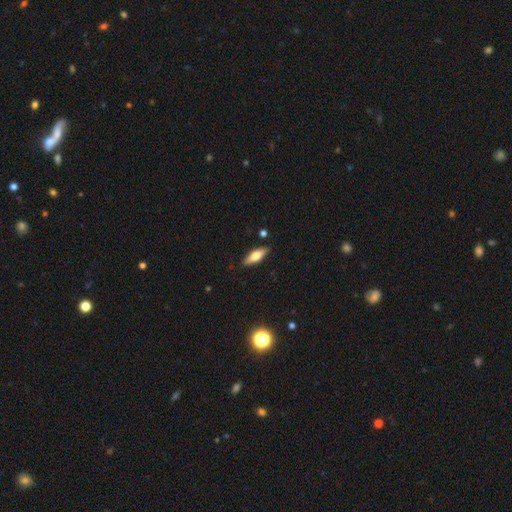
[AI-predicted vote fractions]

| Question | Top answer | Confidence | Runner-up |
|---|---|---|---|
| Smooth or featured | smooth | 60% | featured or disk (34%) |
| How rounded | in between | 57% | cigar-shaped (41%) |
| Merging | none | 86% | minor disturbance (10%) |